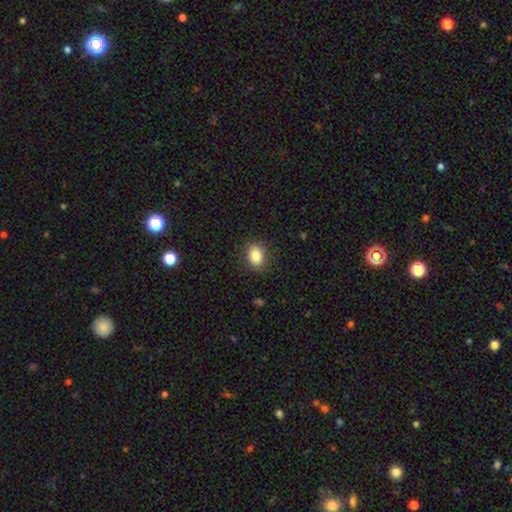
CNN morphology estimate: Smooth or featured? Predicted: smooth (p=0.84). How rounded? Predicted: in between (p=0.63). Merging? Predicted: none (p=0.87).